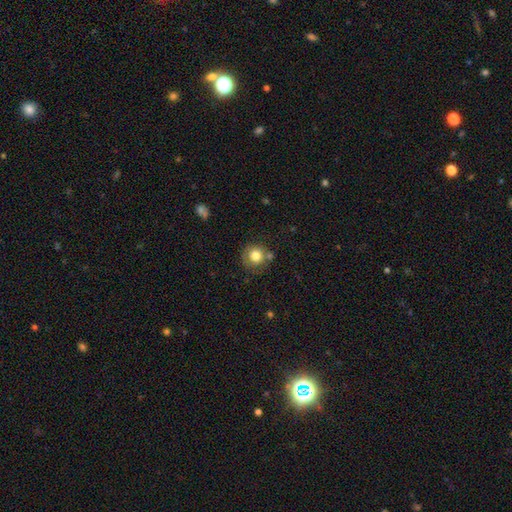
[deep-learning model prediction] Q: Smooth or featured?
A: smooth (78%); runner-up: featured or disk (12%)
Q: How rounded?
A: round (90%); runner-up: in between (9%)
Q: Merging?
A: none (66%); runner-up: minor disturbance (17%)